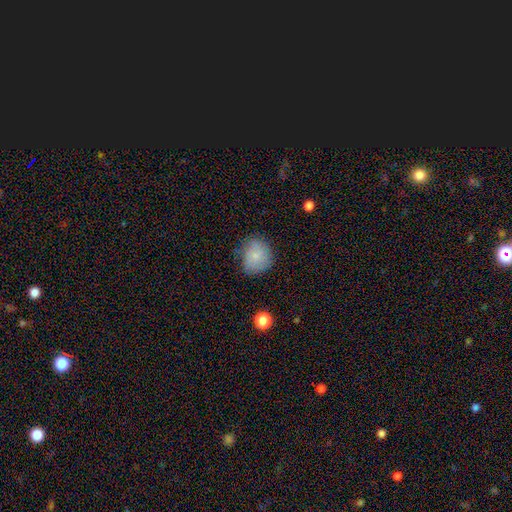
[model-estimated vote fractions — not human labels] The model was most divided on "merging": none: 66%, minor disturbance: 25%, major disturbance: 7%, merger: 2%. More confident: smooth or featured — smooth (78%); how rounded — round (74%).